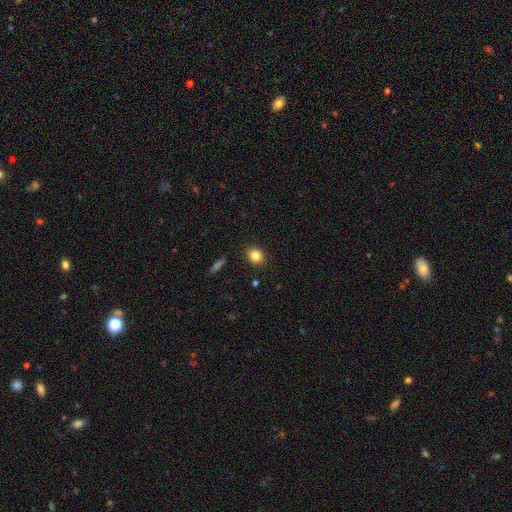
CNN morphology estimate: Smooth or featured: smooth — 83% (star or artifact — 10%)
How rounded: round — 70% (in between — 29%)
Merging: none — 90% (minor disturbance — 7%)